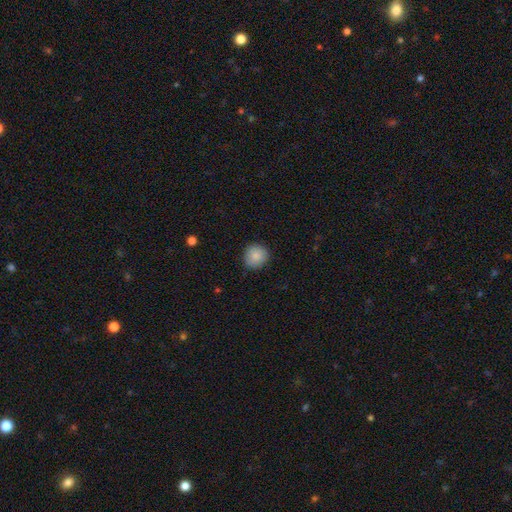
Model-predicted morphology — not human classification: type=smooth (87%); roundness=round (91%); merging=none (87%).